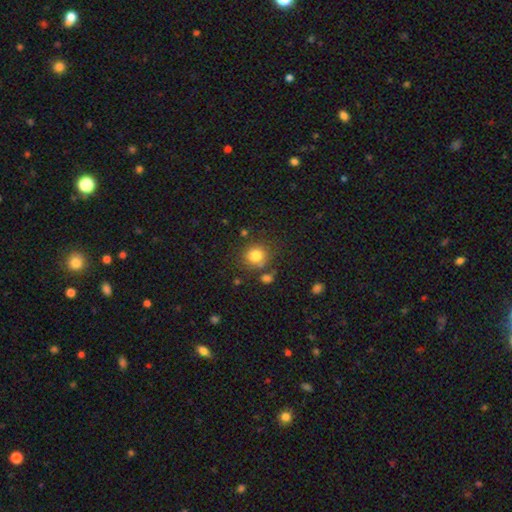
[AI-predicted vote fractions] Overall: smooth (80%). How rounded: round (87%). Merging: none (76%).